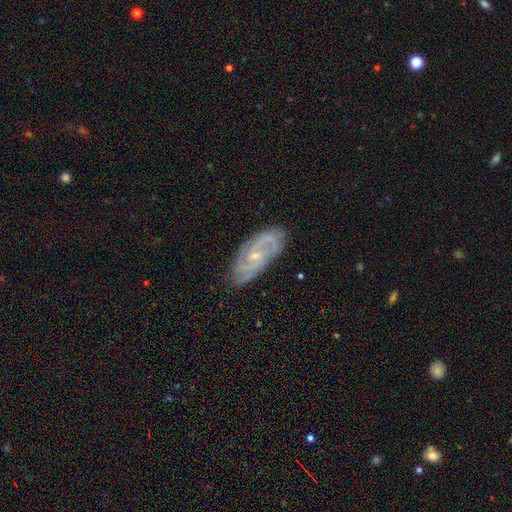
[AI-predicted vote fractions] Smooth or featured? Predicted: featured or disk (p=0.80). Edge-on disk? Predicted: no (p=0.93). Bar? Predicted: no (p=0.64). Spiral arms? Predicted: yes (p=0.94). Spiral winding? Predicted: tight (p=0.47). Spiral arm count? Predicted: 2 (p=0.46). Bulge size? Predicted: small (p=0.69). Merging? Predicted: none (p=0.79).